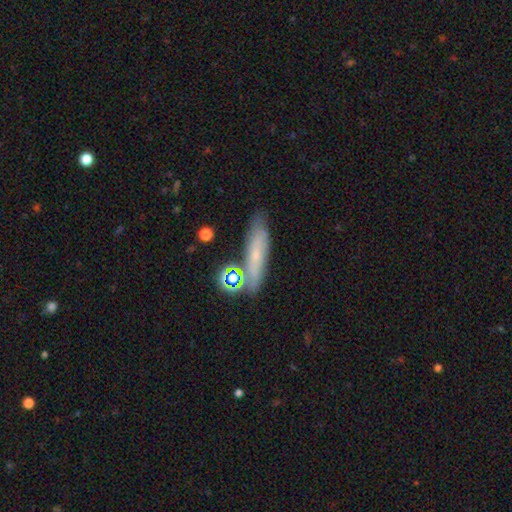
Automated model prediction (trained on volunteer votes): The model was most divided on "smooth or featured": smooth: 56%, featured or disk: 28%, star or artifact: 16%. More confident: merging — none (69%); how rounded — cigar-shaped (61%).